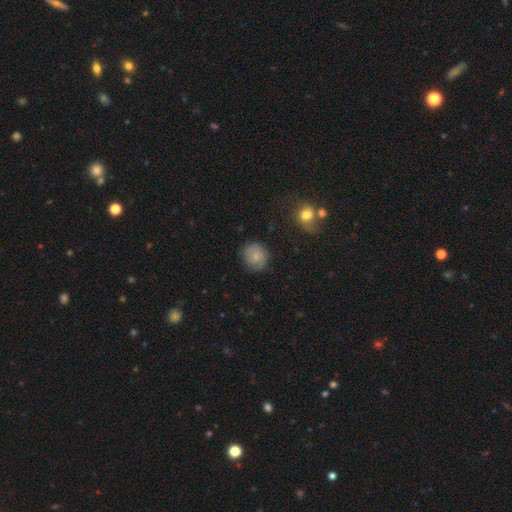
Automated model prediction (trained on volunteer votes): Smooth or featured? Predicted: smooth (p=0.72). How rounded? Predicted: round (p=0.83). Merging? Predicted: none (p=0.77).